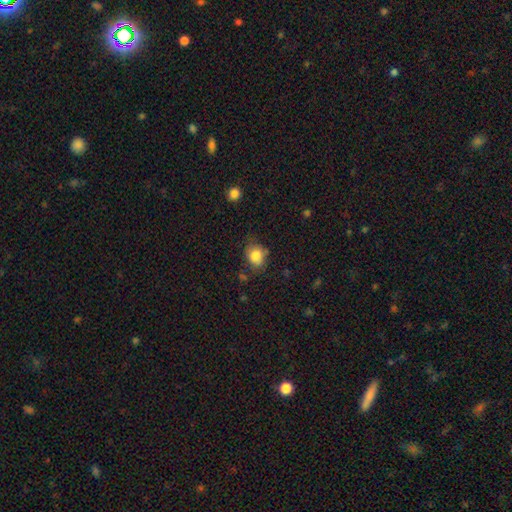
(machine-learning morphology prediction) Smooth or featured? Predicted: smooth (p=0.83). How rounded? Predicted: round (p=0.56). Merging? Predicted: none (p=0.68).